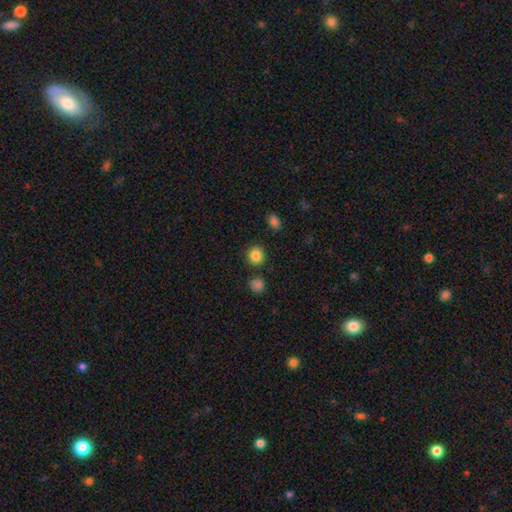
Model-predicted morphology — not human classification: Smooth or featured? Predicted: smooth (p=0.85). How rounded? Predicted: round (p=0.89). Merging? Predicted: none (p=0.87).